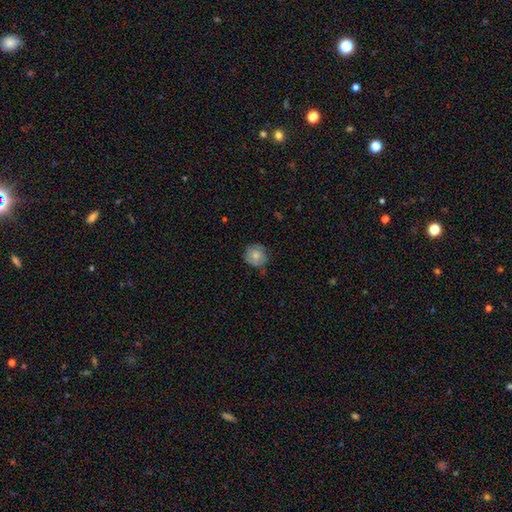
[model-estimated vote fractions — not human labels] smooth-or-featured: smooth: 70% | featured or disk: 23% | star or artifact: 8%
  how-rounded: round: 88% | in between: 11% | cigar-shaped: 1%
  merging: none: 74% | minor disturbance: 21% | major disturbance: 4% | merger: 1%